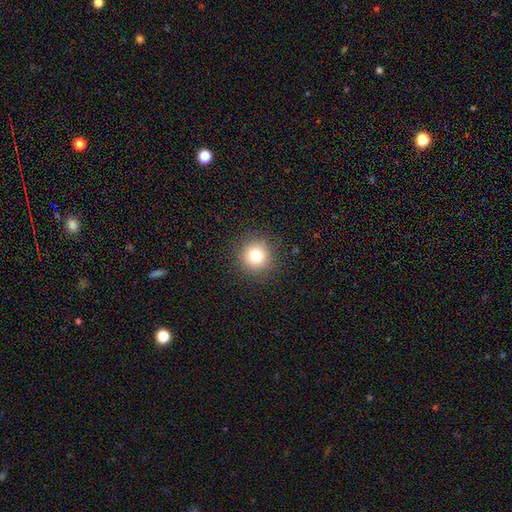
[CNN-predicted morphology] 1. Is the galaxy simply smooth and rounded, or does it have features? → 78% smooth, 13% star or artifact, 9% featured or disk.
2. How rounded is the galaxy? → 94% round, 5% in between, 1% cigar-shaped.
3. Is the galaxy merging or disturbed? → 90% none, 7% minor disturbance, 3% major disturbance, 1% merger.